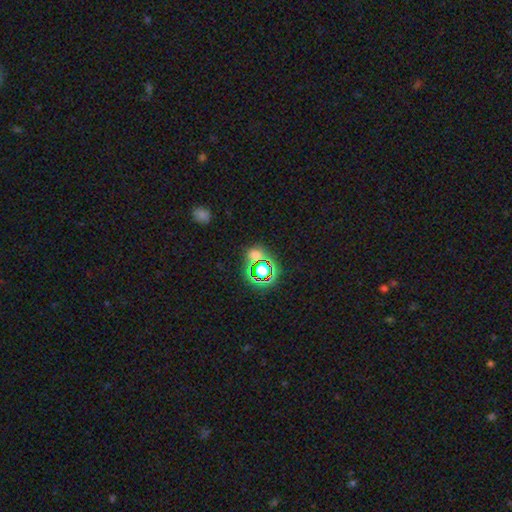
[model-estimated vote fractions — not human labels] smooth_or_featured: star or artifact (p=0.56) [alt: smooth p=0.35]